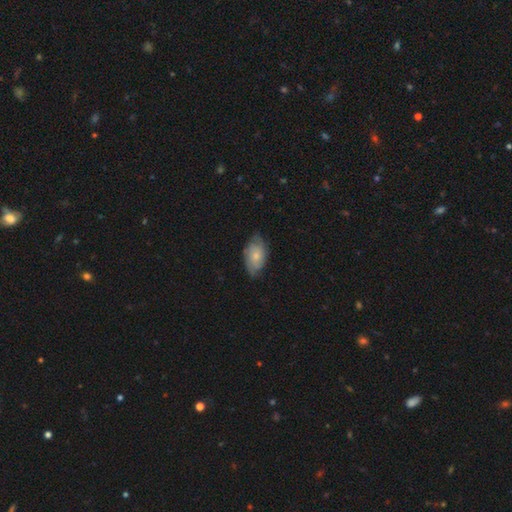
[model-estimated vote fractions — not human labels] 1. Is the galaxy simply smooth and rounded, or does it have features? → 50% smooth, 44% featured or disk, 6% star or artifact.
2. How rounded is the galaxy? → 91% in between, 7% round, 2% cigar-shaped.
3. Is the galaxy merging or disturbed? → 62% none, 30% minor disturbance, 6% major disturbance, 1% merger.